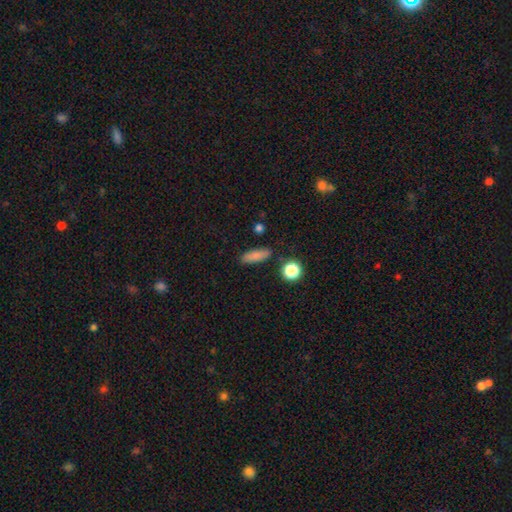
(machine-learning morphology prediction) Smooth or featured? Predicted: smooth (p=0.82). How rounded? Predicted: in between (p=0.52). Merging? Predicted: none (p=0.84).